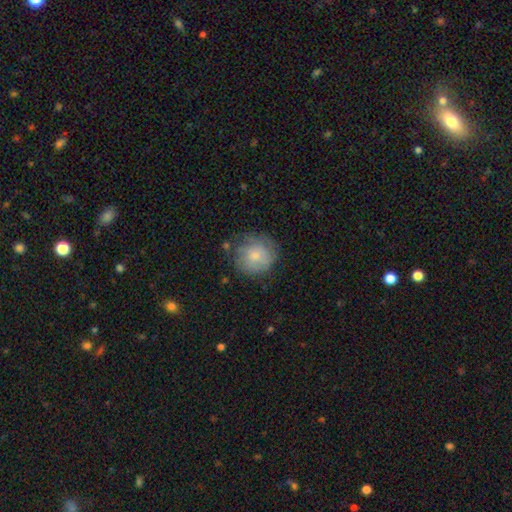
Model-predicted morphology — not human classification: smooth_or_featured: smooth (p=0.65) [alt: featured or disk p=0.27]
how_rounded: round (p=0.89) [alt: in between p=0.10]
merging: none (p=0.63) [alt: minor disturbance p=0.24]